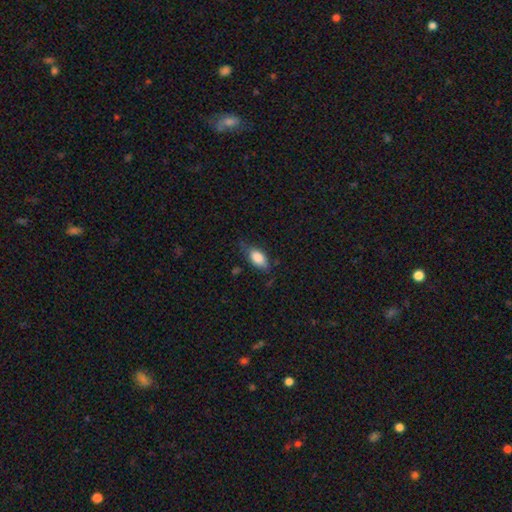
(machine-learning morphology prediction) smooth 82%, featured or disk 10%, star or artifact 8%. Down the decision tree: how rounded — in between (88%); merging — none (65%).